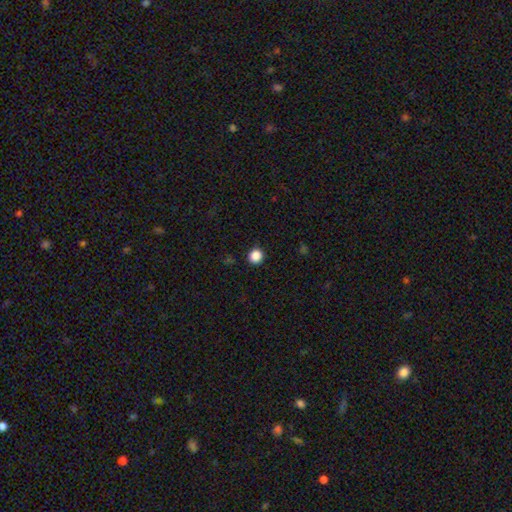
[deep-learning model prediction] smooth-or-featured: smooth: 87% | star or artifact: 11% | featured or disk: 2%
  how-rounded: round: 93% | in between: 6% | cigar-shaped: 1%
  merging: none: 91% | minor disturbance: 6% | major disturbance: 2% | merger: 1%